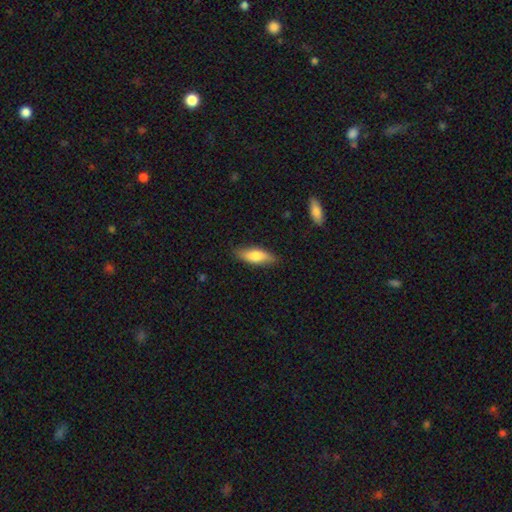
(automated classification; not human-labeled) This is likely a smooth galaxy (75%). How rounded: likely in between (60%). Merging: clearly none (84%).